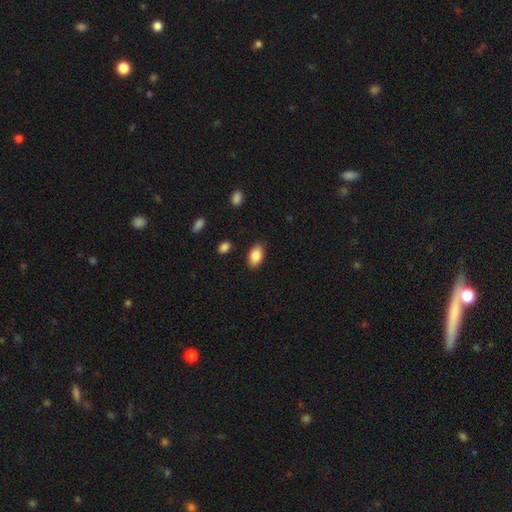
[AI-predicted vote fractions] smooth-or-featured: smooth: 86% | star or artifact: 7% | featured or disk: 7%
  how-rounded: in between: 92% | round: 6% | cigar-shaped: 2%
  merging: none: 86% | minor disturbance: 10% | major disturbance: 2% | merger: 2%